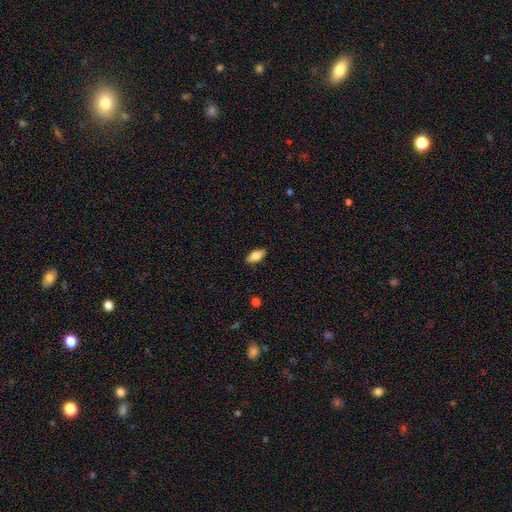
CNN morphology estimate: smooth_or_featured: smooth (p=0.81) [alt: featured or disk p=0.12]
how_rounded: in between (p=0.88) [alt: cigar-shaped p=0.10]
merging: none (p=0.87) [alt: minor disturbance p=0.10]